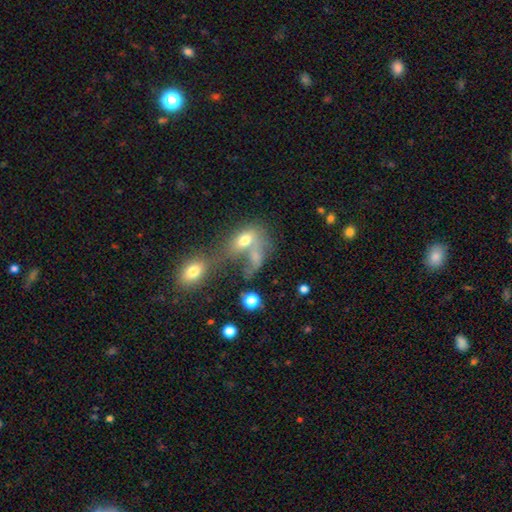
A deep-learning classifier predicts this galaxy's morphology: Overall: smooth (60%; featured or disk 25%). How rounded: in between (79%). Merging: merger (55%; none 22%).